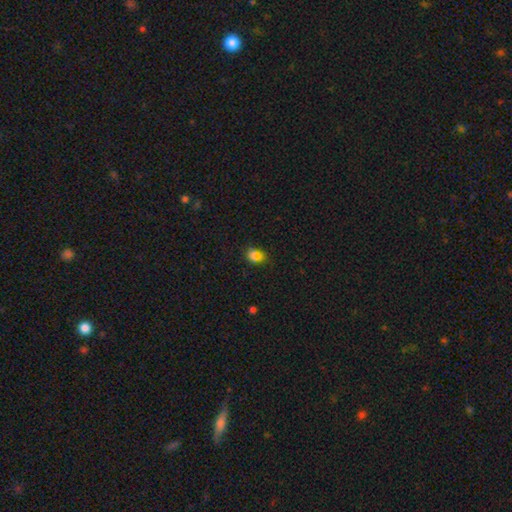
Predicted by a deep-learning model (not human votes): smooth_or_featured: smooth (p=0.73) [alt: star or artifact p=0.17]
how_rounded: in between (p=0.58) [alt: round p=0.41]
merging: none (p=0.54) [alt: minor disturbance p=0.23]